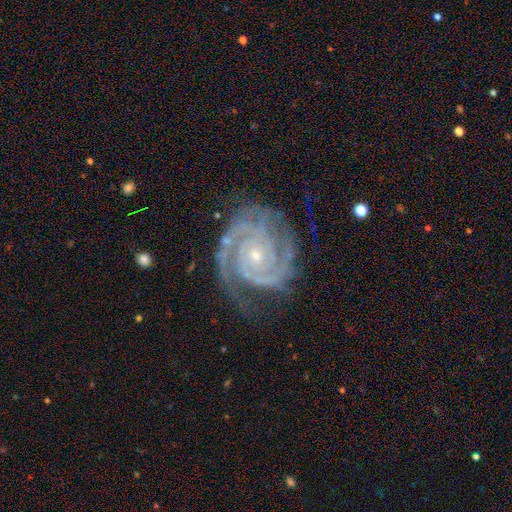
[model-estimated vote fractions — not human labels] This appears to be a featured or disk galaxy (93%) with no bar (74%), 2 (67%) tight (77%) spiral arms (99%) and a small central bulge (72%). Merging: none (74%).